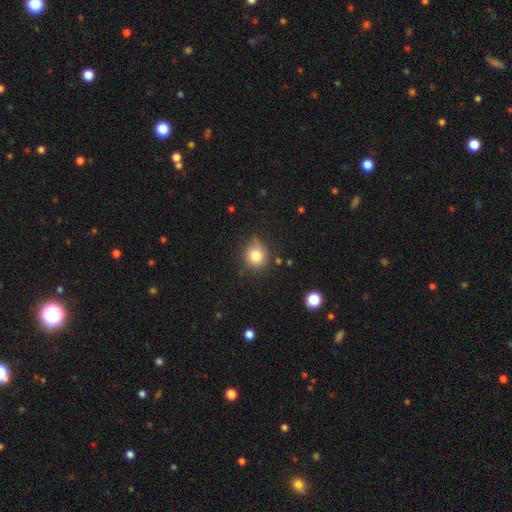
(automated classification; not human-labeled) Smooth or featured: smooth — 80% (star or artifact — 12%)
How rounded: round — 84% (in between — 15%)
Merging: none — 70% (minor disturbance — 22%)